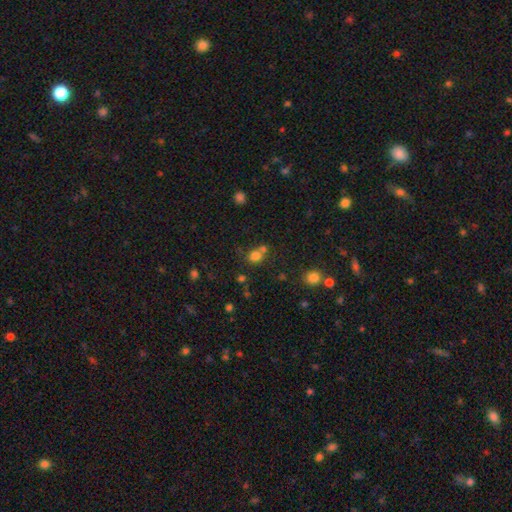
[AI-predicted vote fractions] Smooth or featured? Predicted: smooth (p=0.74). How rounded? Predicted: round (p=0.78). Merging? Predicted: none (p=0.50).